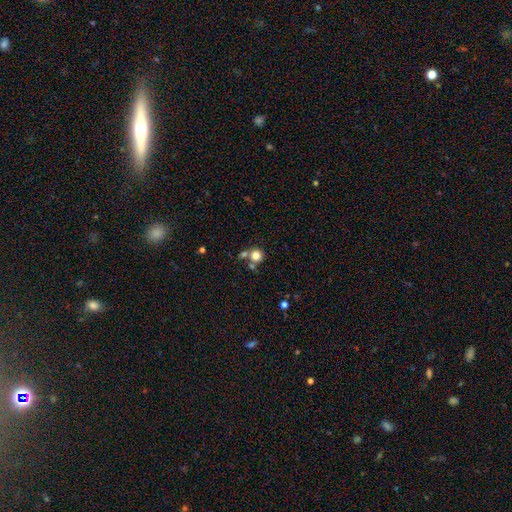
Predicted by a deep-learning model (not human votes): Smooth or featured: smooth — 79% (star or artifact — 12%)
How rounded: round — 91% (in between — 8%)
Merging: none — 59% (merger — 27%)